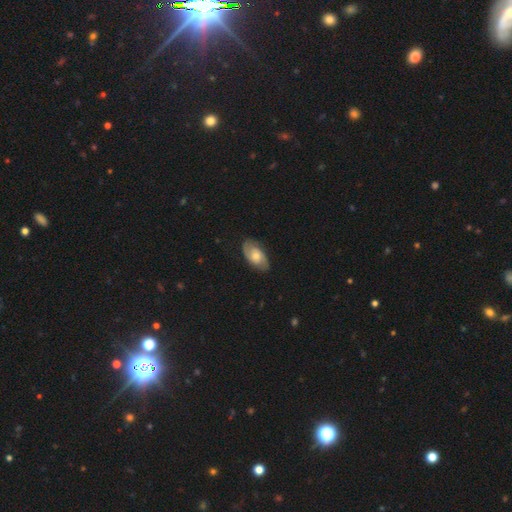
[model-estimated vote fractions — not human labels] Smooth or featured: featured or disk — 63% (smooth — 31%)
Edge-on disk: no — 94% (yes — 6%)
Bar: no — 67% (weak — 28%)
Spiral arms: yes — 87% (no — 13%)
Spiral winding: tight — 43% (medium — 42%)
Spiral arm count: 2 — 82% (can't tell — 12%)
Bulge size: moderate — 57% (small — 27%)
Merging: none — 82% (minor disturbance — 14%)